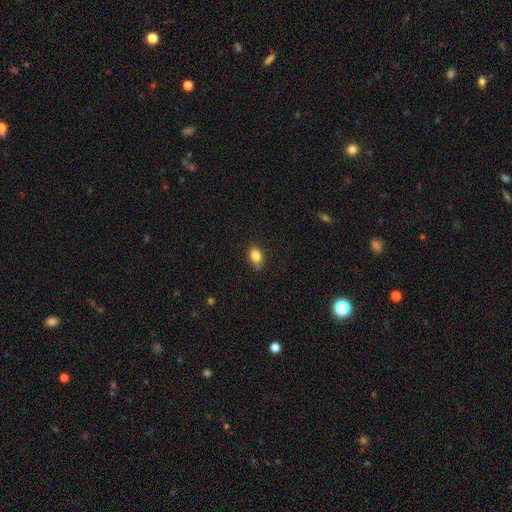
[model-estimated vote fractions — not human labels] smooth-or-featured: smooth: 83% | star or artifact: 10% | featured or disk: 8%
  how-rounded: in between: 70% | round: 27% | cigar-shaped: 2%
  merging: none: 67% | minor disturbance: 27% | major disturbance: 5% | merger: 2%